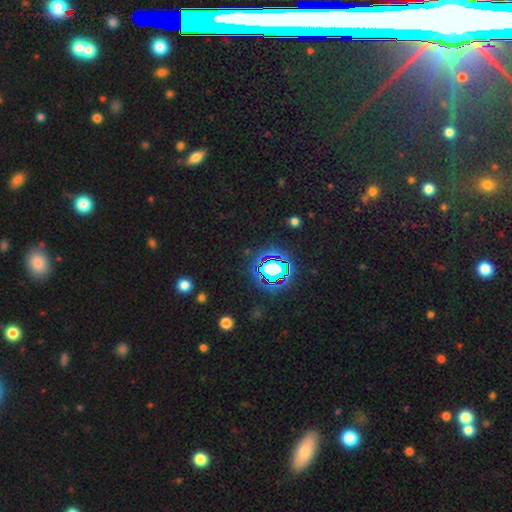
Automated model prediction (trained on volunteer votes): A star or artifact, not a galaxy (76%).

Vote fractions:
- Smooth or featured? star or artifact: 76% / smooth: 13% / featured or disk: 11%